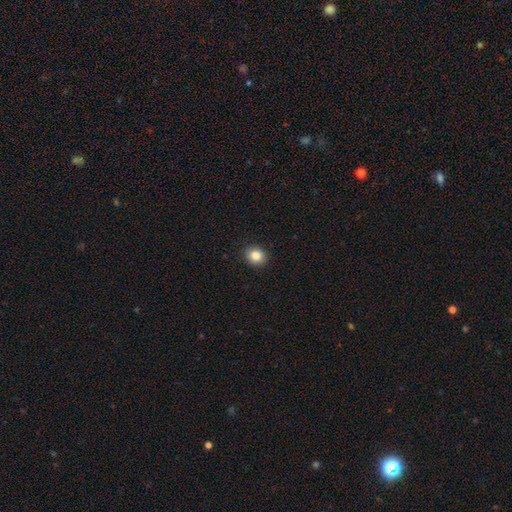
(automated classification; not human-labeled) Morphology: type=smooth (85%); roundness=round (65%); merging=none (91%).